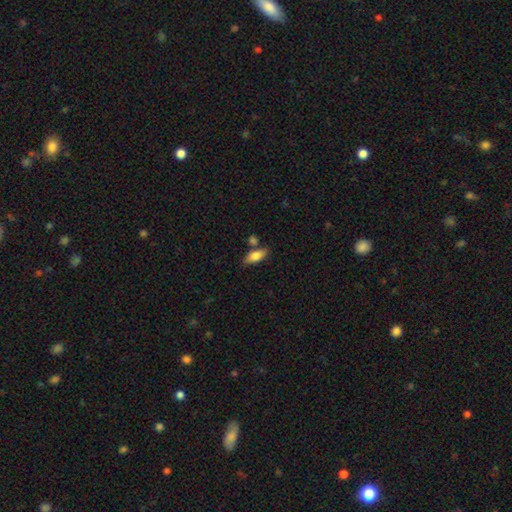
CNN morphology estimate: A smooth galaxy with no disk features (77%) that is in between round and cigar-shaped (79%). Merging: none (70%).